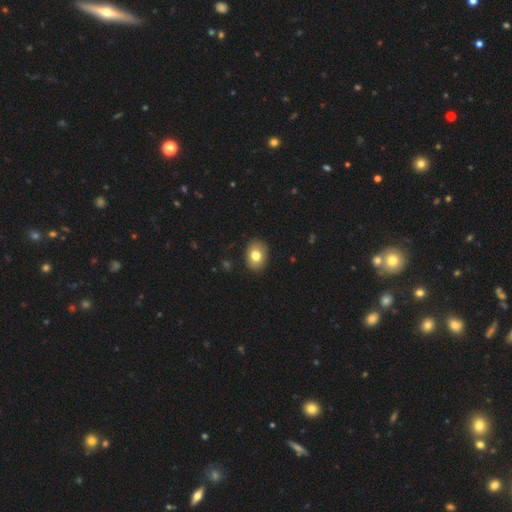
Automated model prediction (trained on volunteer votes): Smooth or featured?
  - smooth: 78% *
  - featured or disk: 13%
  - star or artifact: 9%
How rounded?
  - in between: 60% *
  - round: 39%
  - cigar-shaped: 1%
Merging?
  - none: 89% *
  - minor disturbance: 8%
  - major disturbance: 2%
  - merger: 1%